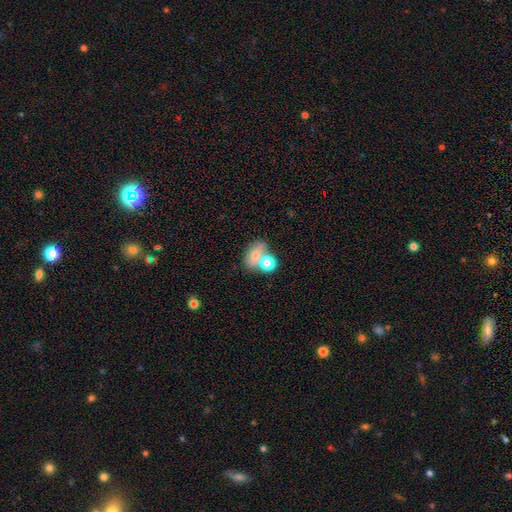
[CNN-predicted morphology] This is likely a smooth galaxy (68%). How rounded: likely in between (63%). Merging: possibly merger (53%).